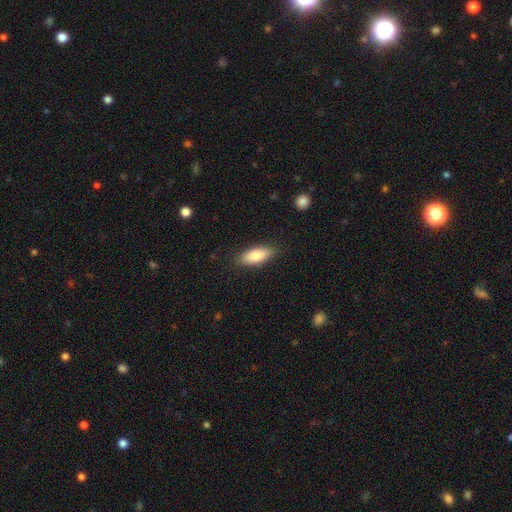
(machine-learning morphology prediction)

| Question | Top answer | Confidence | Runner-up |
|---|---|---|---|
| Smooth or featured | smooth | 81% | featured or disk (13%) |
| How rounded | in between | 73% | cigar-shaped (25%) |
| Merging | none | 86% | minor disturbance (11%) |